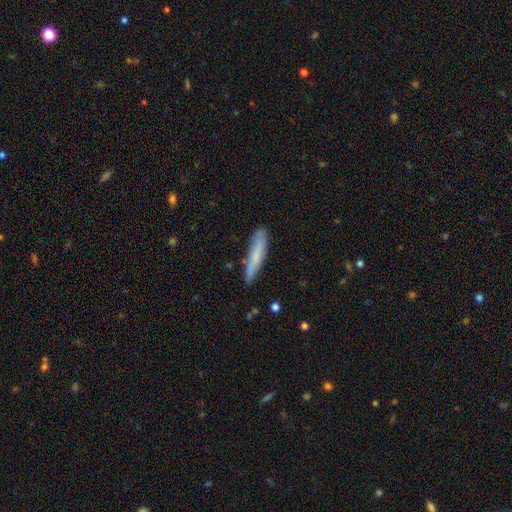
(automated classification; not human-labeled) Smooth or featured: smooth — 70% (featured or disk — 23%)
How rounded: cigar-shaped — 90% (in between — 8%)
Merging: none — 79% (minor disturbance — 17%)